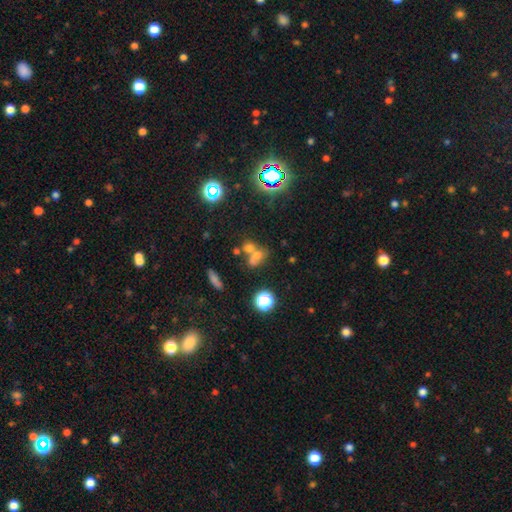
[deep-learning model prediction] Smooth or featured? smooth (53%)
How rounded? in between (54%)
Merging? merger (50%)